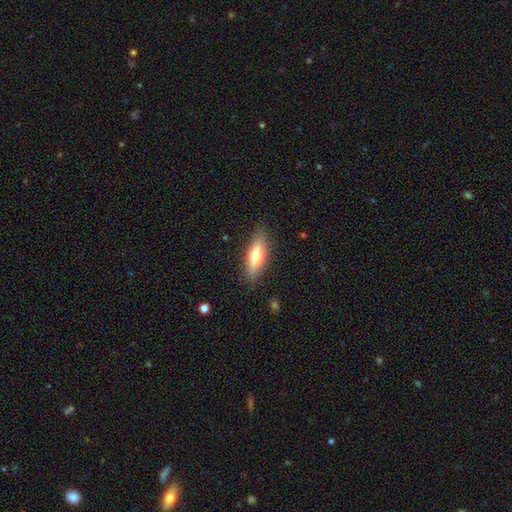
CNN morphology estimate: Q: Smooth or featured?
A: smooth (67%); runner-up: featured or disk (27%)
Q: How rounded?
A: cigar-shaped (49%); runner-up: in between (48%)
Q: Merging?
A: none (86%); runner-up: minor disturbance (11%)